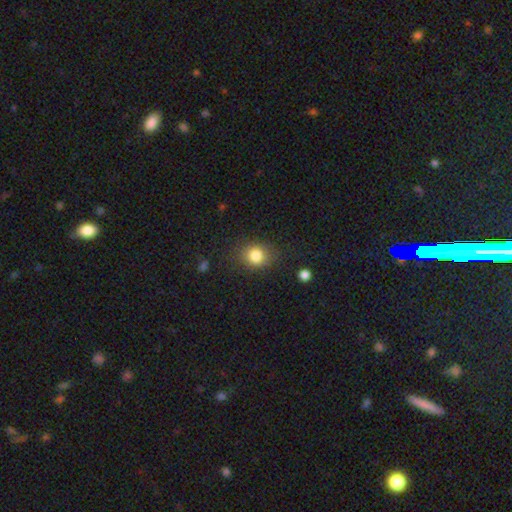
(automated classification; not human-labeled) Smooth or featured?
  - smooth: 82% *
  - star or artifact: 11%
  - featured or disk: 7%
How rounded?
  - round: 64% *
  - in between: 35%
  - cigar-shaped: 1%
Merging?
  - none: 80% *
  - minor disturbance: 14%
  - major disturbance: 5%
  - merger: 2%